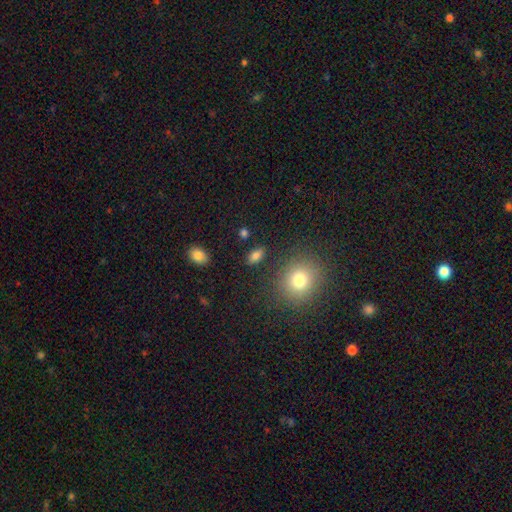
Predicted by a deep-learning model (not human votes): Smooth or featured: smooth — 81% (star or artifact — 11%)
How rounded: in between — 88% (round — 8%)
Merging: none — 86% (minor disturbance — 9%)